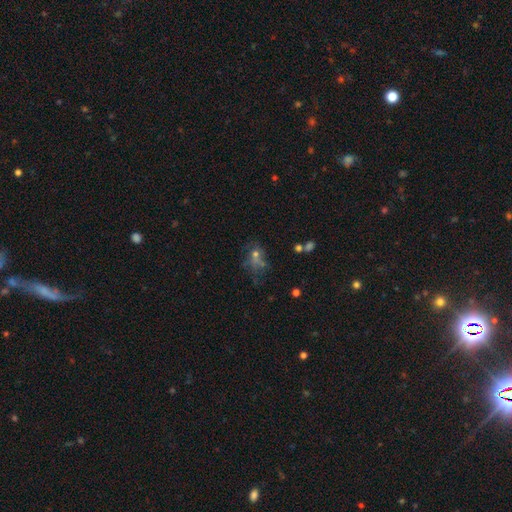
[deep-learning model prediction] smooth 40%, star or artifact 35%, featured or disk 25%. Down the decision tree: merging — none (43%).